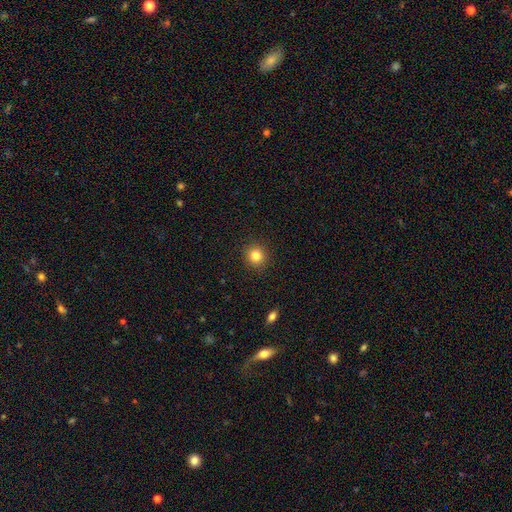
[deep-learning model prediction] smooth-or-featured: smooth: 83% | star or artifact: 11% | featured or disk: 6%
  how-rounded: round: 92% | in between: 8% | cigar-shaped: 1%
  merging: none: 91% | minor disturbance: 6% | major disturbance: 2% | merger: 1%